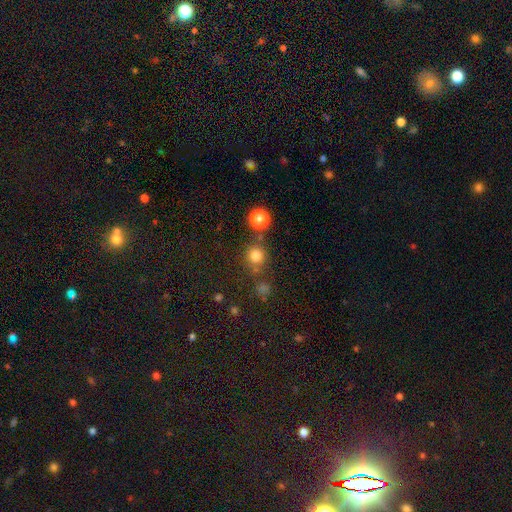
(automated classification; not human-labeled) Morphology: type=smooth (78%); roundness=round (92%); merging=none (74%).